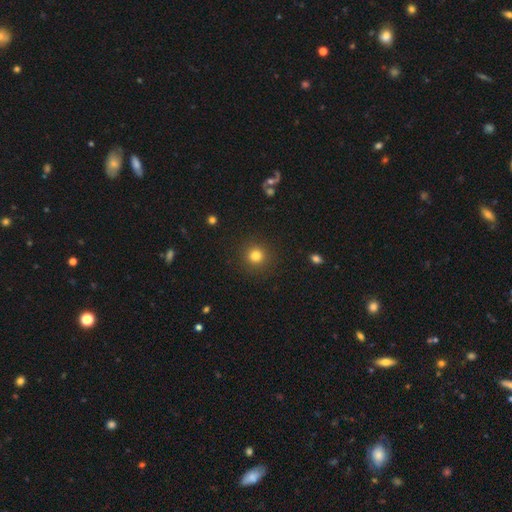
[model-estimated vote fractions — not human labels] This is clearly a smooth galaxy (83%). How rounded: clearly round (91%). Merging: clearly none (89%).